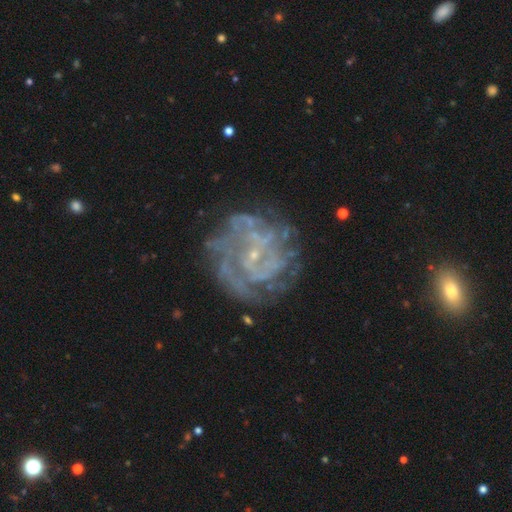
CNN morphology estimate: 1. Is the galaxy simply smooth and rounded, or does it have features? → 83% featured or disk, 10% star or artifact, 8% smooth.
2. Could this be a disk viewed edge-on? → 98% no, 2% yes.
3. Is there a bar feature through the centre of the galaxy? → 62% no, 30% weak, 9% strong.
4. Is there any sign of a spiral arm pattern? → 86% yes, 14% no.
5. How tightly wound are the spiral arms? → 61% tight, 30% medium, 9% loose.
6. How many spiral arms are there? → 39% can't tell, 16% 3, 15% 4, 14% 2, 9% more than 4, 7% 1.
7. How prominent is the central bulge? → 79% small, 11% none, 8% moderate, 1% large, 1% dominant.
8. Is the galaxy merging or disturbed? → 69% none, 17% minor disturbance, 12% major disturbance, 3% merger.